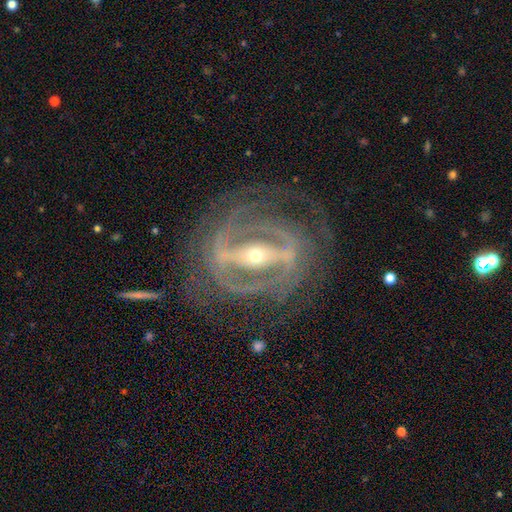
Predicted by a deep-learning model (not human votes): Overall: featured or disk (89%). Edge-on disk: no (90%). Bar: strong (75%). Spiral arms: yes (83%). Spiral arm count: 2 (44%; can't tell 27%). Spiral winding: tight (53%; medium 34%). Bulge size: small (56%; moderate 39%). Merging: none (66%).